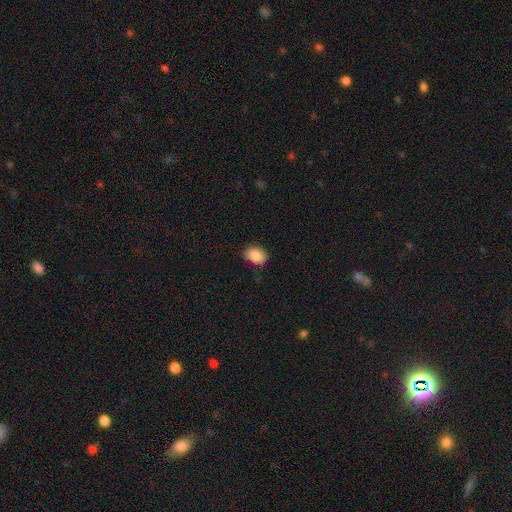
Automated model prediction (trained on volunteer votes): smooth 87%, star or artifact 8%, featured or disk 5%. Down the decision tree: how rounded — in between (78%); merging — none (78%).